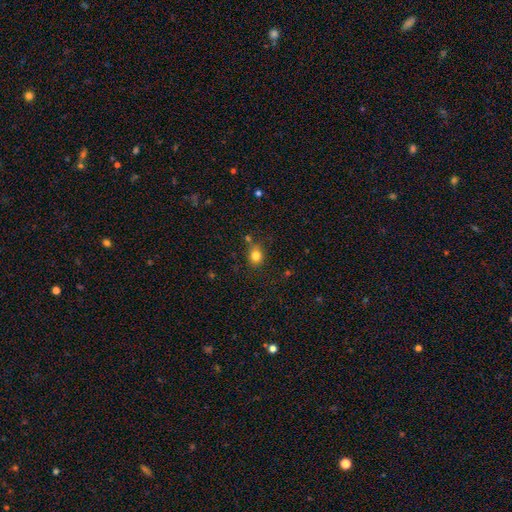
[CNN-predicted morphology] type=smooth (82%); roundness=round (68%); merging=none (77%).